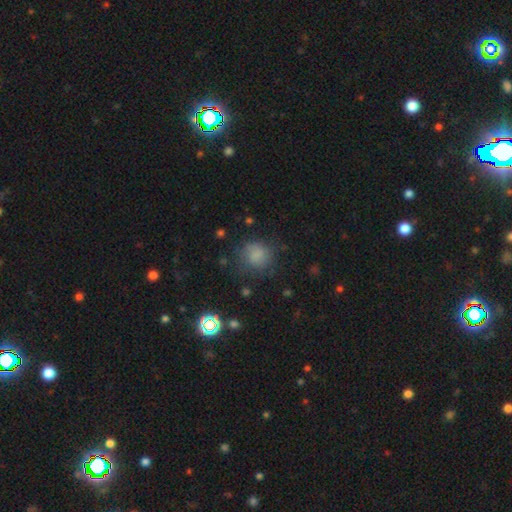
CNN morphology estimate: Smooth or featured? smooth (74%)
How rounded? round (86%)
Merging? none (77%)